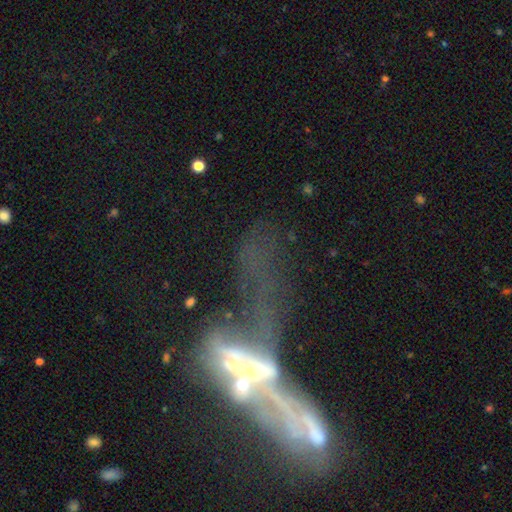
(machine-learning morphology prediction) A featured or disk galaxy (57%). Merging: merger (40%).